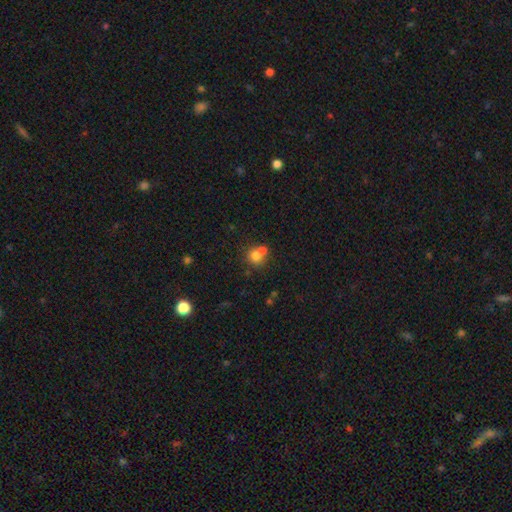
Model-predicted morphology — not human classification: Overall: smooth (74%). How rounded: round (81%). Merging: merger (49%; none 40%).